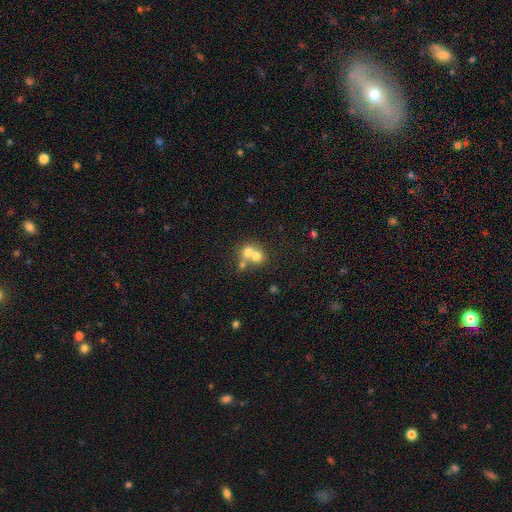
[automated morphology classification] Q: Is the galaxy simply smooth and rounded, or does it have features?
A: smooth — 65%.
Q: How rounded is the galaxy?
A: round — 80%.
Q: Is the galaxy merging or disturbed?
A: merger — 64%.